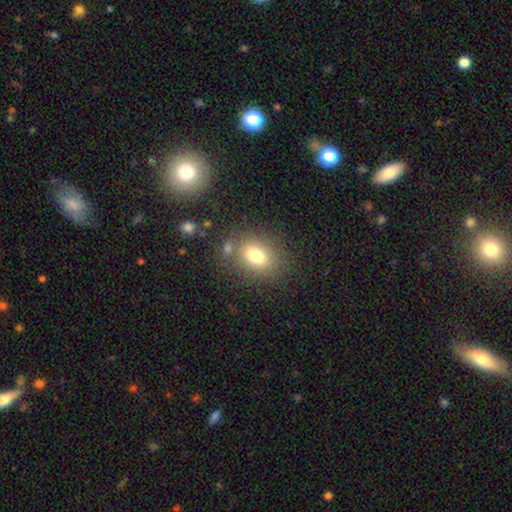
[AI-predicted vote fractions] Overall: smooth (77%). How rounded: in between (61%; round 38%). Merging: none (75%).